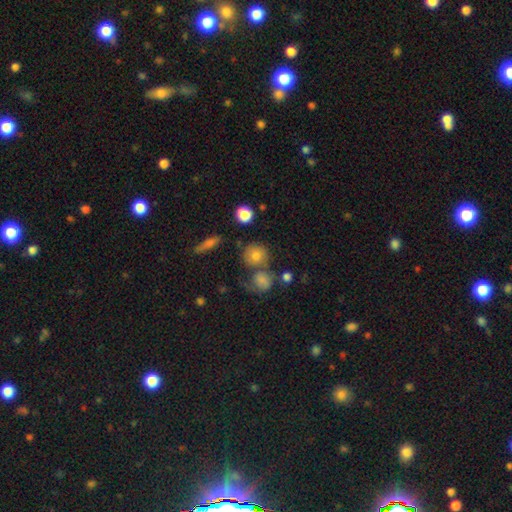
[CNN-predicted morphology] Q: Smooth or featured?
A: smooth (72%); runner-up: featured or disk (16%)
Q: How rounded?
A: round (82%); runner-up: in between (17%)
Q: Merging?
A: none (54%); runner-up: merger (24%)